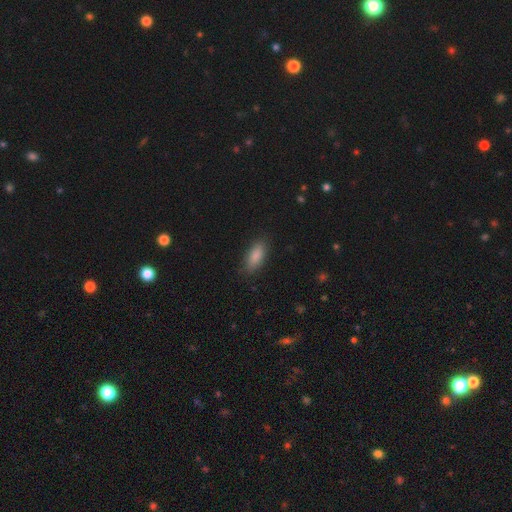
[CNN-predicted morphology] smooth 86%, star or artifact 7%, featured or disk 7%. Down the decision tree: how rounded — in between (82%); merging — none (85%).